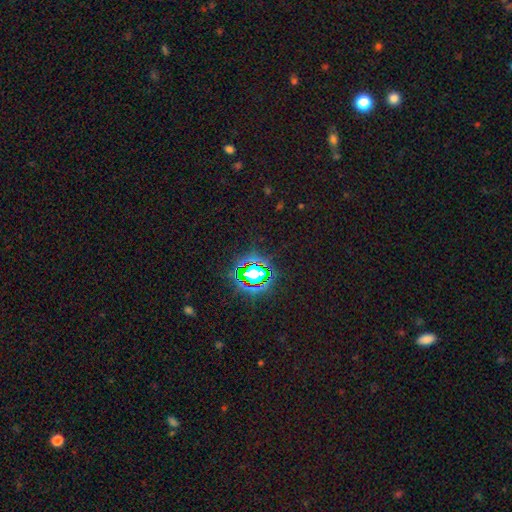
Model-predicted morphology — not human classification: smooth_or_featured: star or artifact (p=0.79) [alt: smooth p=0.13]